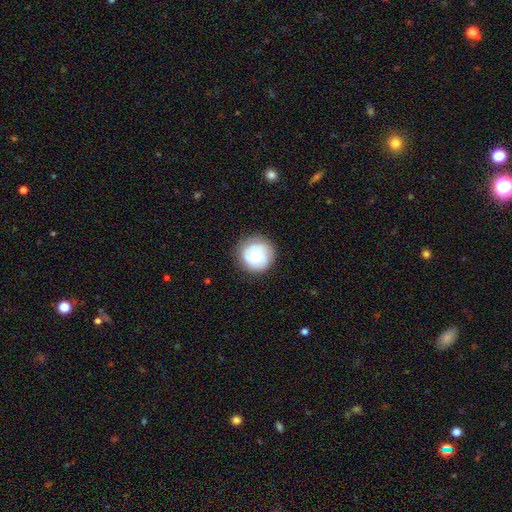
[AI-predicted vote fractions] Q: Smooth or featured?
A: smooth (56%); runner-up: featured or disk (36%)
Q: How rounded?
A: round (93%); runner-up: in between (6%)
Q: Merging?
A: none (79%); runner-up: minor disturbance (15%)